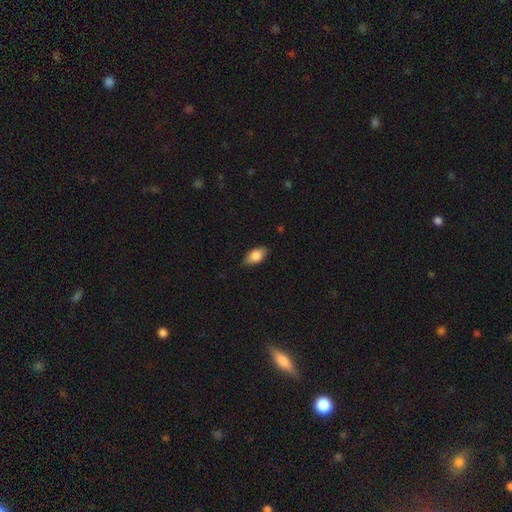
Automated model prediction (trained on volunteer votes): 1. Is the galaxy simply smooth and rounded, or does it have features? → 82% smooth, 11% featured or disk, 7% star or artifact.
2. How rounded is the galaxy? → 91% in between, 5% round, 4% cigar-shaped.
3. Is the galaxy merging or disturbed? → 84% none, 13% minor disturbance, 2% major disturbance, 1% merger.